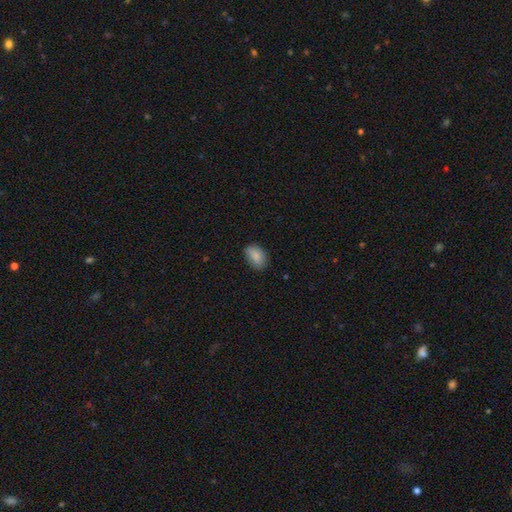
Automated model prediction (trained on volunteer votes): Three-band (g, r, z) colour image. It shows a smooth galaxy with no disk features (86%) that is in between round and cigar-shaped (87%). Merging: none (75%).